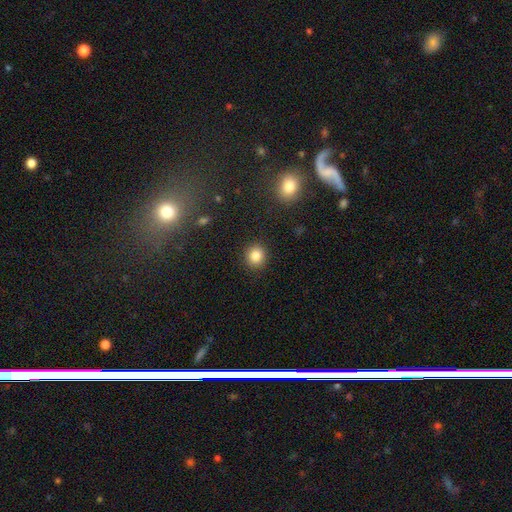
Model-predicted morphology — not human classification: Q: Smooth or featured?
A: smooth (84%); runner-up: star or artifact (11%)
Q: How rounded?
A: round (87%); runner-up: in between (12%)
Q: Merging?
A: none (91%); runner-up: minor disturbance (6%)